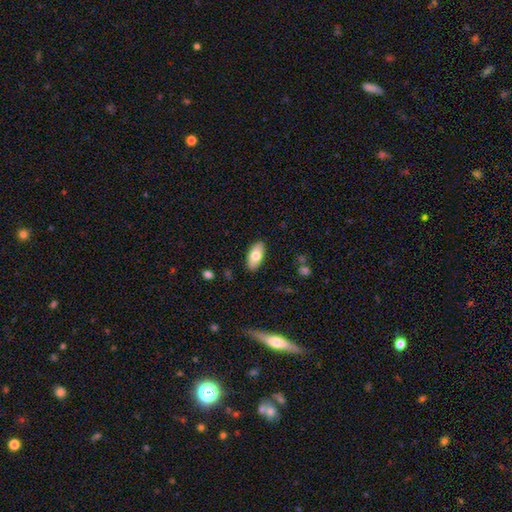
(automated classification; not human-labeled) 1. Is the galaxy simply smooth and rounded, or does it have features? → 74% smooth, 19% featured or disk, 6% star or artifact.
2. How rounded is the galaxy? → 91% in between, 7% cigar-shaped, 3% round.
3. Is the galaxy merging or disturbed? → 87% none, 10% minor disturbance, 2% major disturbance, 1% merger.